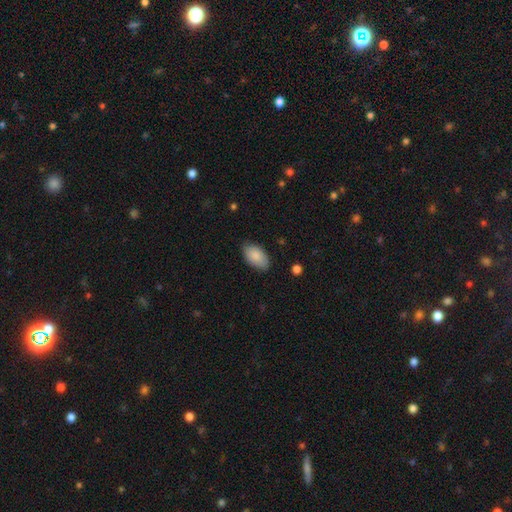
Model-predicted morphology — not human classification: type=smooth (87%); roundness=in between (95%); merging=none (82%).